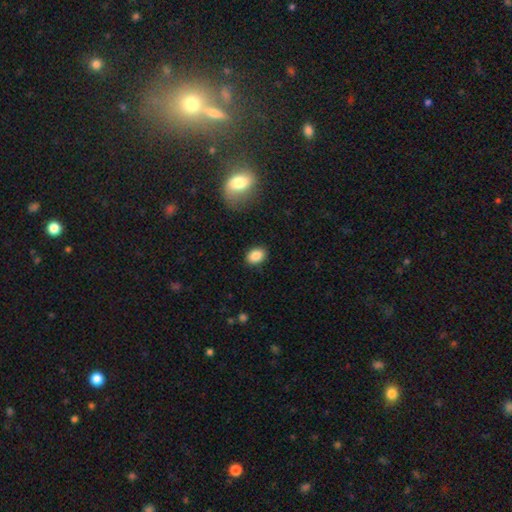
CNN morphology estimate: A smooth galaxy with no disk features (87%) that is in between round and cigar-shaped (76%).

Vote fractions:
- Smooth or featured? smooth: 87% / star or artifact: 9% / featured or disk: 5%
- How rounded? in between: 76% / round: 22% / cigar-shaped: 1%
- Merging? none: 88% / minor disturbance: 8% / major disturbance: 2% / merger: 1%